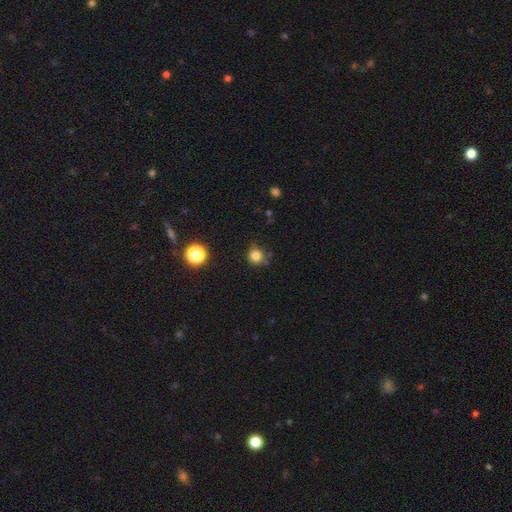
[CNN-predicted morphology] Smooth or featured?
  - smooth: 81% *
  - star or artifact: 14%
  - featured or disk: 5%
How rounded?
  - round: 90% *
  - in between: 9%
  - cigar-shaped: 1%
Merging?
  - none: 74% *
  - minor disturbance: 18%
  - major disturbance: 4%
  - merger: 4%